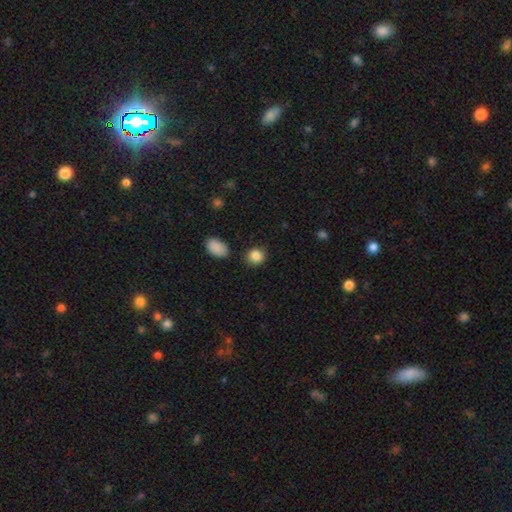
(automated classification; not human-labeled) Overall: smooth (87%). How rounded: round (78%). Merging: none (84%).